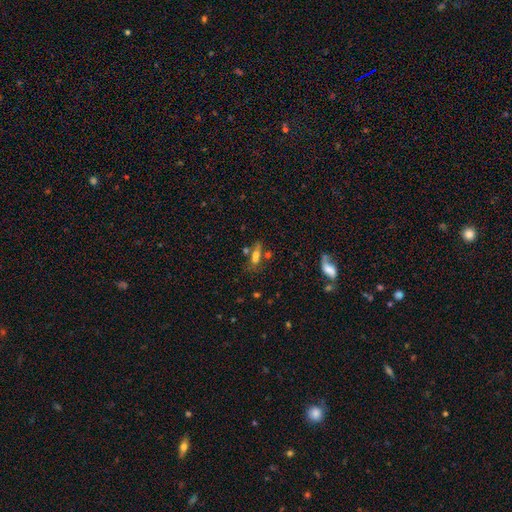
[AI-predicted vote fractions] Smooth or featured: smooth — 52% (featured or disk — 31%)
How rounded: in between — 57% (cigar-shaped — 29%)
Merging: none — 40% (merger — 36%)